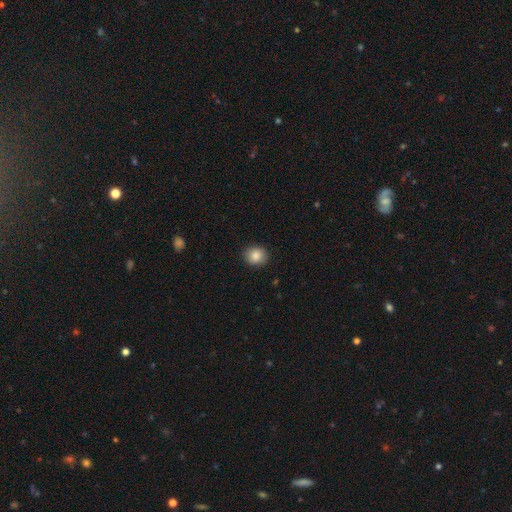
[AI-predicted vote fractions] Smooth or featured? Predicted: smooth (p=0.86). How rounded? Predicted: round (p=0.74). Merging? Predicted: none (p=0.90).